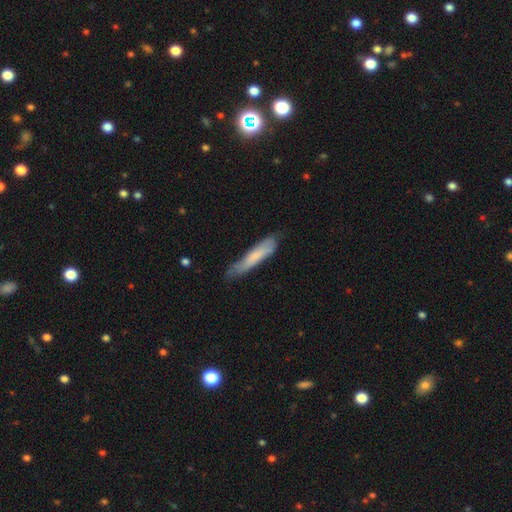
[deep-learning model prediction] Smooth or featured: smooth — 68% (featured or disk — 25%)
How rounded: cigar-shaped — 88% (in between — 11%)
Merging: none — 62% (minor disturbance — 28%)